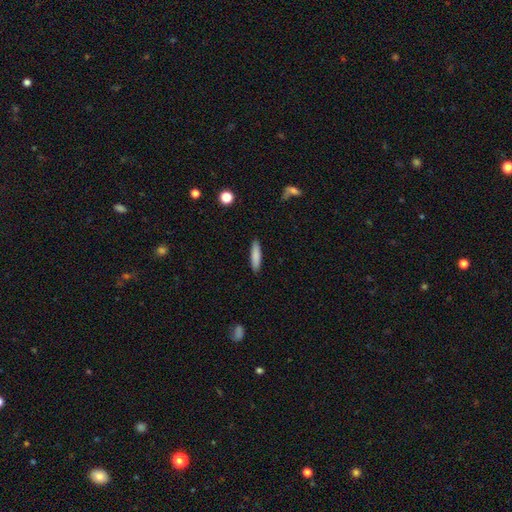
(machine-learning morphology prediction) type=smooth (85%); roundness=cigar-shaped (77%); merging=none (90%).